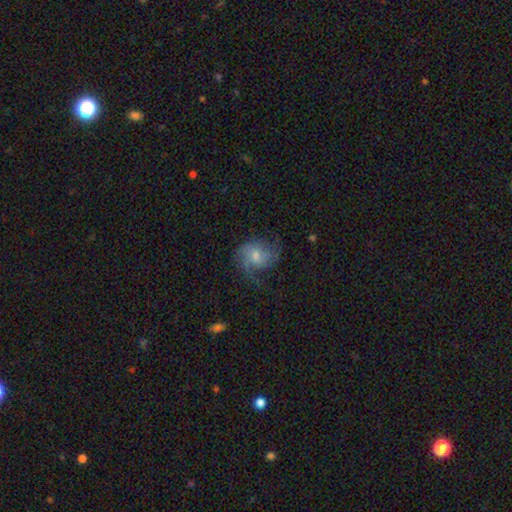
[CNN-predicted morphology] A featured or disk galaxy (65%) with no bar (54%), 2 (44%) medium (45%) spiral arms (90%) and a moderate central bulge (49%).

Vote fractions:
- Smooth or featured? featured or disk: 65% / smooth: 27% / star or artifact: 8%
- Edge-on disk? no: 97% / yes: 3%
- Bar? no: 54% / weak: 40% / strong: 6%
- Spiral arms? yes: 90% / no: 10%
- Spiral winding? medium: 45% / loose: 35% / tight: 20%
- Spiral arm count? 2: 44% / can't tell: 21% / 3: 17% / 1: 9% / 4: 5% / more than 4: 4%
- Bulge size? moderate: 49% / small: 37% / none: 6% / large: 6% / dominant: 1%
- Merging? none: 56% / minor disturbance: 23% / major disturbance: 20% / merger: 2%